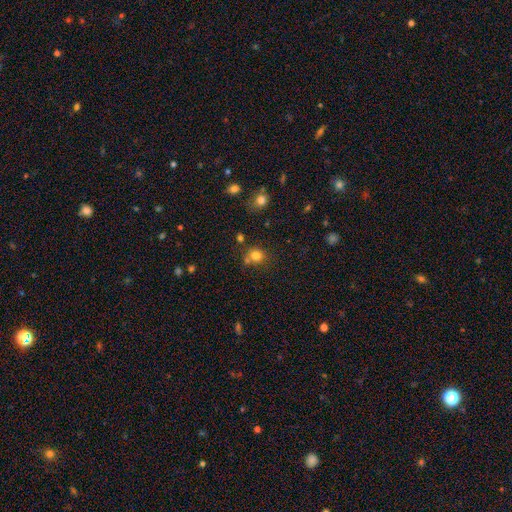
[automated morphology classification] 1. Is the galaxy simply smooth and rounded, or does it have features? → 79% smooth, 15% star or artifact, 7% featured or disk.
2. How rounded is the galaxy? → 84% round, 15% in between, 1% cigar-shaped.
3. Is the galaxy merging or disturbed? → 66% none, 17% merger, 12% minor disturbance, 5% major disturbance.